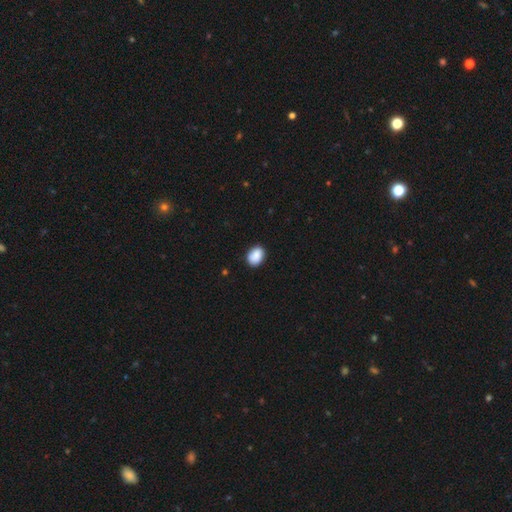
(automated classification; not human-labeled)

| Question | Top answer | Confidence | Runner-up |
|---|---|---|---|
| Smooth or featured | smooth | 89% | star or artifact (7%) |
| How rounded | in between | 74% | round (25%) |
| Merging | none | 84% | minor disturbance (13%) |